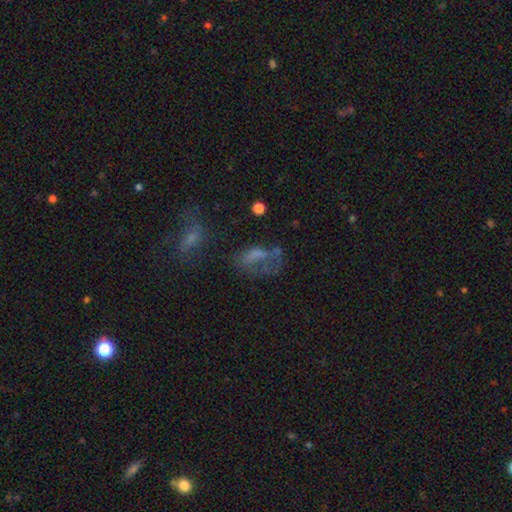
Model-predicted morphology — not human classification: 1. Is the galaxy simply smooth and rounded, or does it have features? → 49% smooth, 31% featured or disk, 20% star or artifact.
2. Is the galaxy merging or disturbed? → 40% major disturbance, 30% none, 19% minor disturbance, 11% merger.